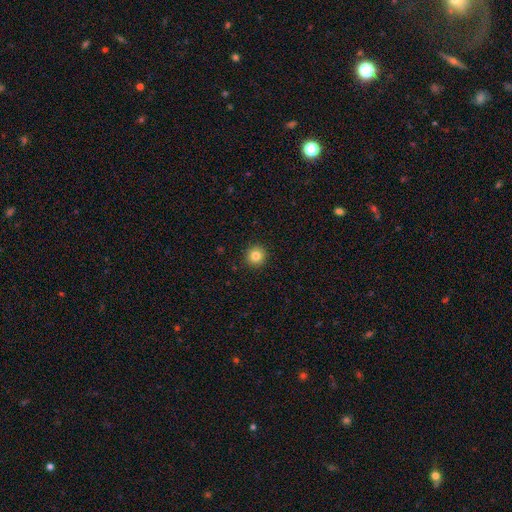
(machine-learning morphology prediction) Overall: smooth (83%). How rounded: round (95%). Merging: none (93%).